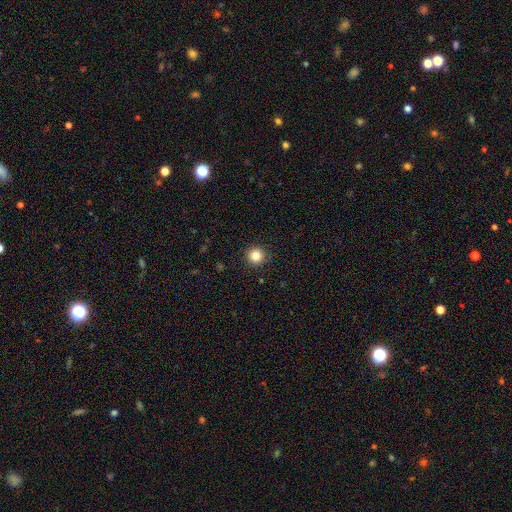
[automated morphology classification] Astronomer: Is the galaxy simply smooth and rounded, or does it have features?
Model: smooth — 84%.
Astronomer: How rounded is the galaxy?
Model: round — 95%.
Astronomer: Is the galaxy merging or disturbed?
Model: none — 92%.